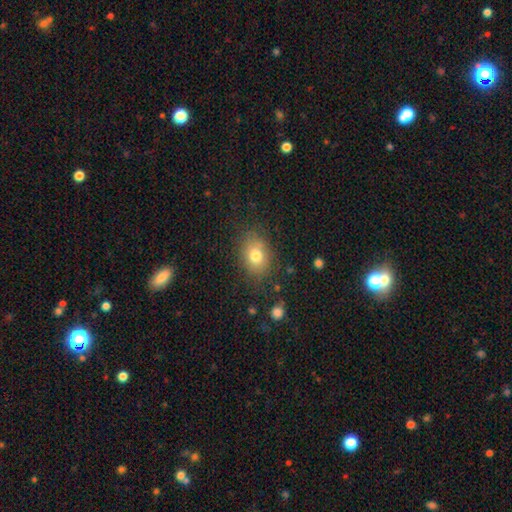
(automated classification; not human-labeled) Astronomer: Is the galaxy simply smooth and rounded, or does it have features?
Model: smooth — 78%.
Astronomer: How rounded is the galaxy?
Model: in between — 67%.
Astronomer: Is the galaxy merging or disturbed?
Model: none — 79%.